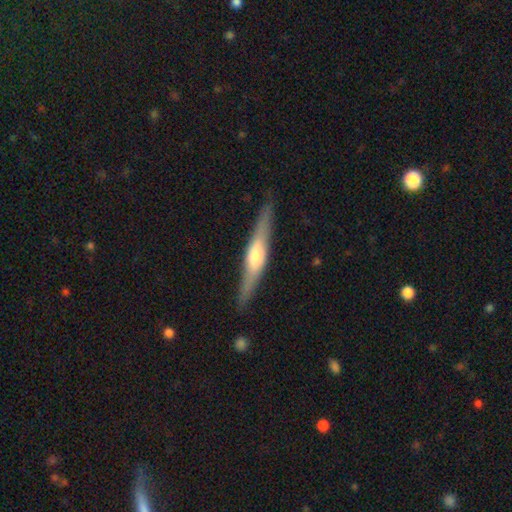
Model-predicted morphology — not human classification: Smooth or featured? Predicted: featured or disk (p=0.67). Edge-on disk? Predicted: yes (p=0.96). Edge-on bulge? Predicted: rounded (p=0.83). Merging? Predicted: none (p=0.89).